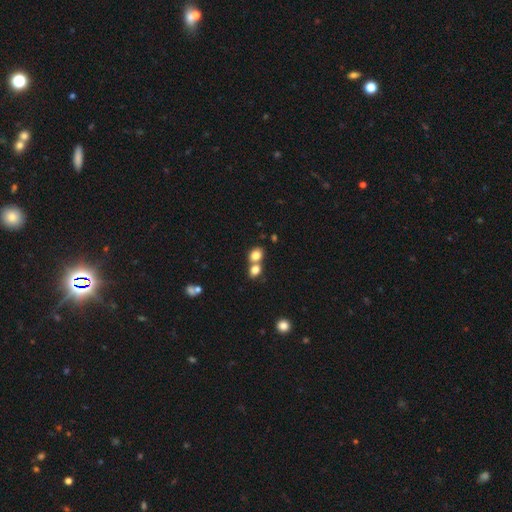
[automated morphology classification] Smooth or featured? Predicted: smooth (p=0.81). How rounded? Predicted: round (p=0.54). Merging? Predicted: merger (p=0.50).